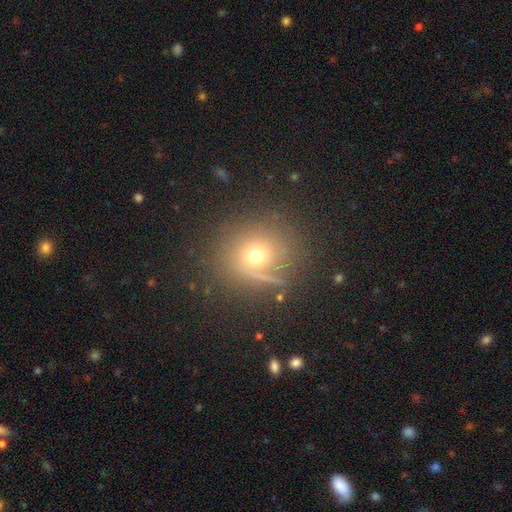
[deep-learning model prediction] Smooth or featured? smooth (60%)
How rounded? round (87%)
Merging? none (75%)